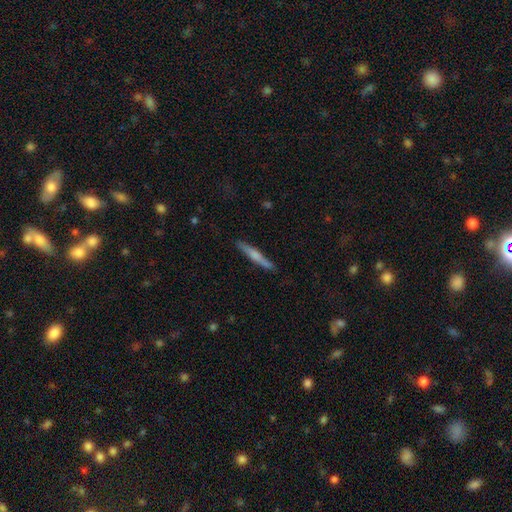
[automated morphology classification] A smooth galaxy with no disk features (49%). Merging: none (87%).